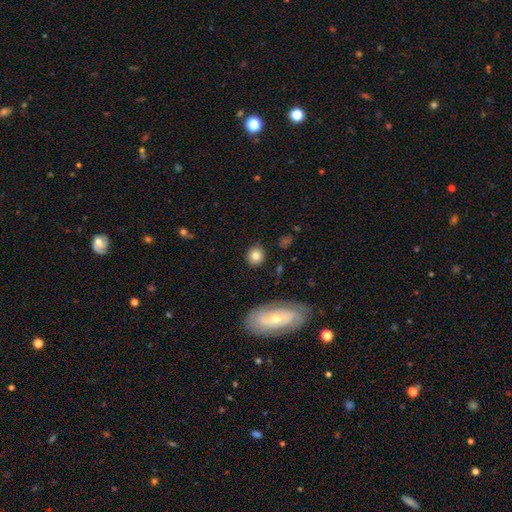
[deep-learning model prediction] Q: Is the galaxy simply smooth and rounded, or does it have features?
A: smooth — 81%.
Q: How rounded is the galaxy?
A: round — 82%.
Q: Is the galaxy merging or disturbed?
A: none — 87%.